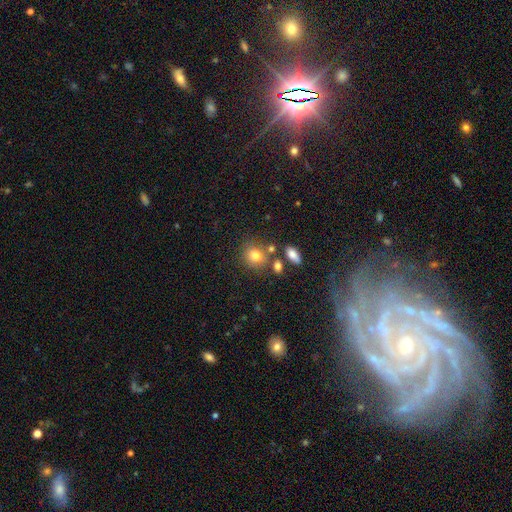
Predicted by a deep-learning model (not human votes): Smooth or featured? smooth (78%)
How rounded? round (75%)
Merging? none (70%)